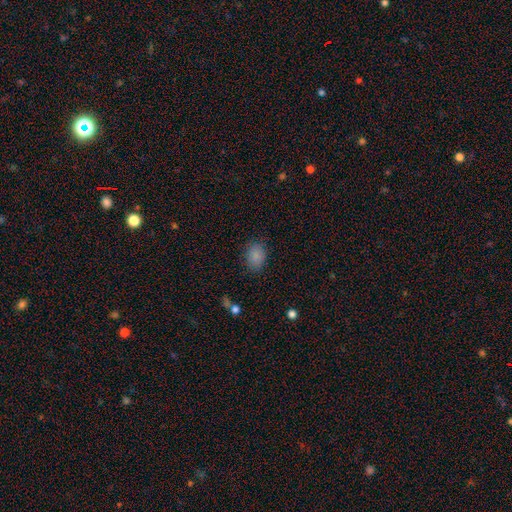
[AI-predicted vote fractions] smooth-or-featured: smooth: 86% | star or artifact: 10% | featured or disk: 4%
  how-rounded: in between: 66% | round: 33% | cigar-shaped: 1%
  merging: none: 83% | minor disturbance: 12% | major disturbance: 3% | merger: 1%